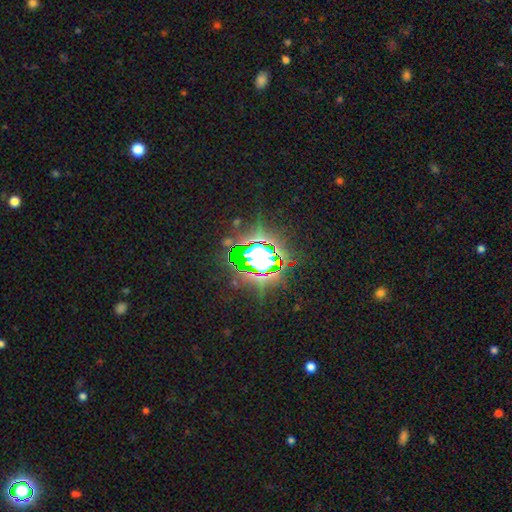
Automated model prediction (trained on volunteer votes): This appears to be a star or artifact, not a galaxy (75%).